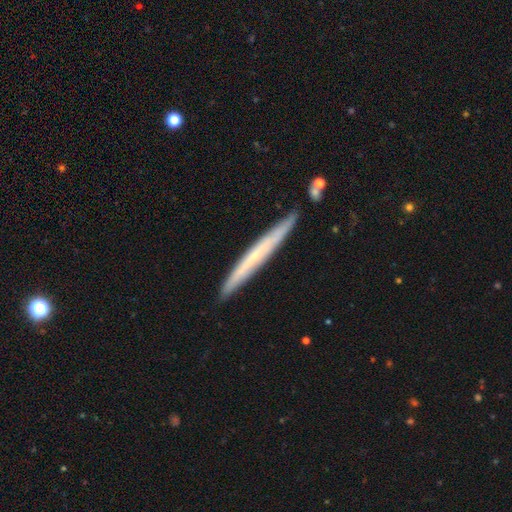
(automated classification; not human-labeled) Smooth or featured? Predicted: featured or disk (p=0.56). Edge-on disk? Predicted: yes (p=0.94). Edge-on bulge? Predicted: none (p=0.72). Merging? Predicted: none (p=0.88).